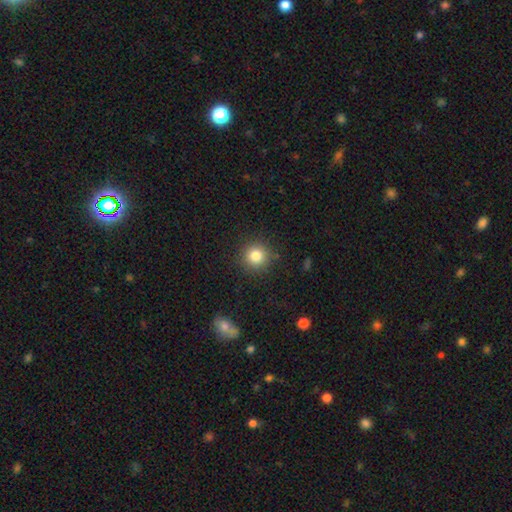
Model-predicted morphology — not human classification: This appears to be a smooth galaxy with no disk features (82%) that is round (94%). Merging: none (90%).